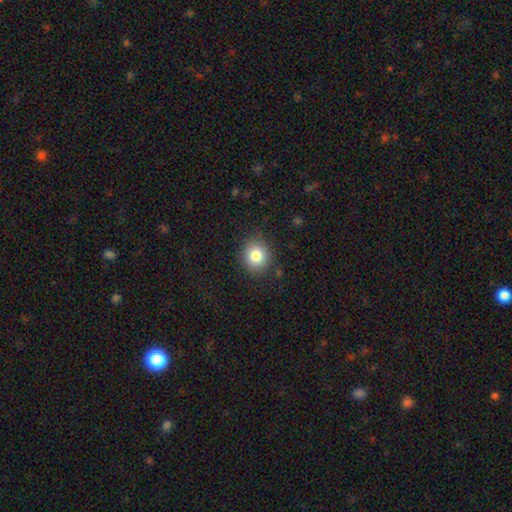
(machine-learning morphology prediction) A smooth galaxy with no disk features (82%) that is round (81%).

Vote fractions:
- Smooth or featured? smooth: 82% / star or artifact: 11% / featured or disk: 8%
- How rounded? round: 81% / in between: 18% / cigar-shaped: 1%
- Merging? none: 87% / minor disturbance: 9% / major disturbance: 3% / merger: 1%